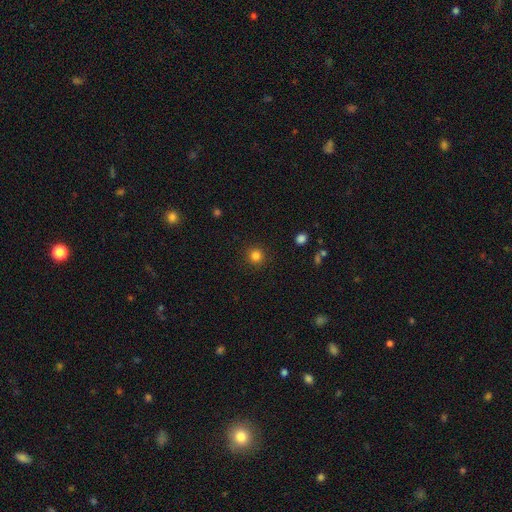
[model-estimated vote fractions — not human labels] Q: Smooth or featured?
A: smooth (84%); runner-up: star or artifact (12%)
Q: How rounded?
A: round (95%); runner-up: in between (4%)
Q: Merging?
A: none (91%); runner-up: minor disturbance (5%)